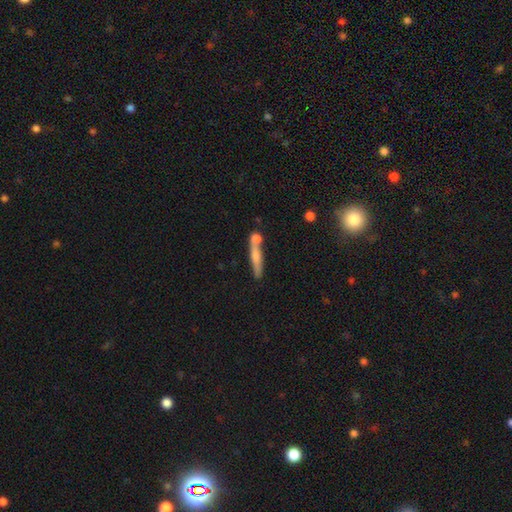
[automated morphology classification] type=smooth (58%); roundness=cigar-shaped (87%); merging=none (47%).